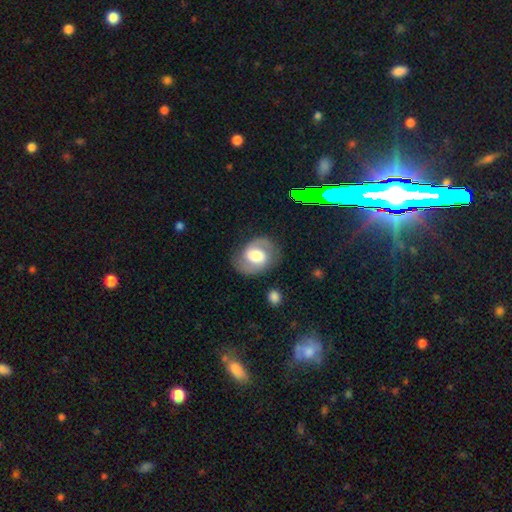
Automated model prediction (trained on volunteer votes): smooth-or-featured: featured or disk: 71% | smooth: 22% | star or artifact: 6%
  disk-edge-on: no: 97% | yes: 3%
    bar: weak: 43% | no: 40% | strong: 18%
    has-spiral-arms: yes: 87% | no: 13%
      spiral-winding: medium: 51% | tight: 29% | loose: 20%
      spiral-arm-count: 2: 89% | can't tell: 5% | 1: 3% | 3: 1% | 4: 1% | more than 4: 1%
    bulge-size: moderate: 43% | large: 41% | small: 8% | dominant: 6% | none: 2%
  merging: none: 78% | minor disturbance: 14% | major disturbance: 6% | merger: 2%